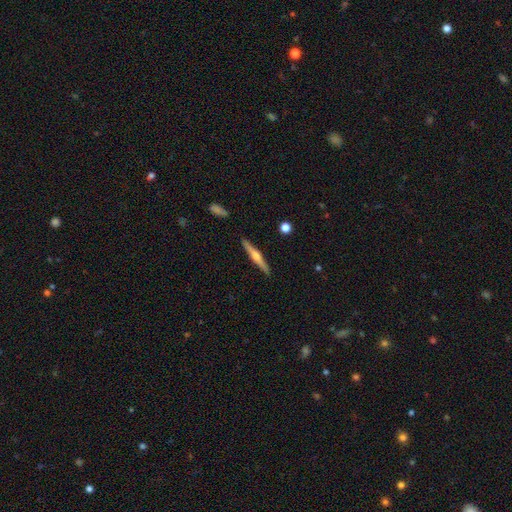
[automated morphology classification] type=featured or disk (71%); edge-on=yes (98%); edge-on bulge=rounded (90%); merging=none (91%).